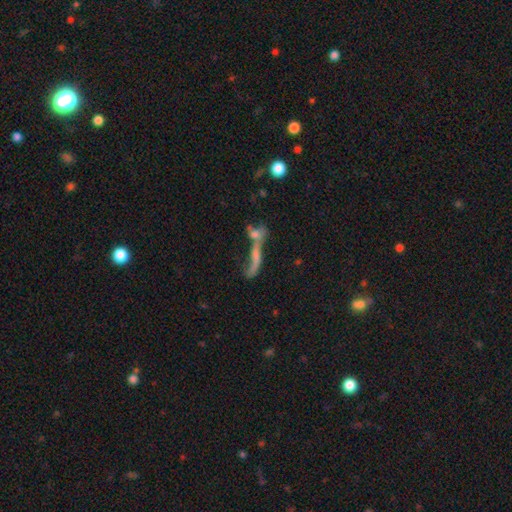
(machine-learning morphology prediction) A featured or disk galaxy (47%). Merging: merger (47%).